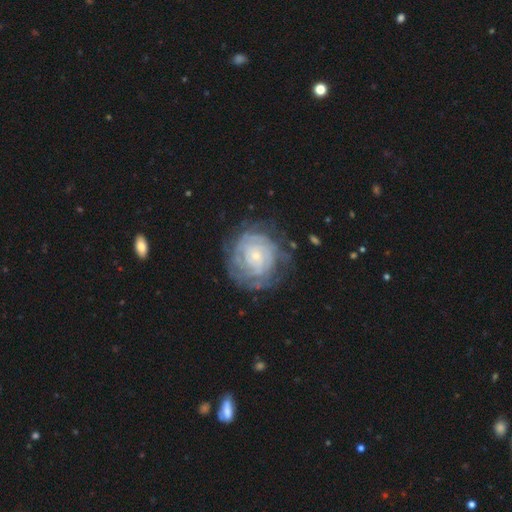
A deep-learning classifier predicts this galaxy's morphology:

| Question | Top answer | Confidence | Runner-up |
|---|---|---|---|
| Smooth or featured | featured or disk | 78% | smooth (15%) |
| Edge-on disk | no | 97% | yes (3%) |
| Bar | no | 74% | weak (21%) |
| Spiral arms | yes | 91% | no (9%) |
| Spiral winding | tight | 81% | medium (15%) |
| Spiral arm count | can't tell | 48% | 2 (15%) |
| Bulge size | small | 78% | moderate (16%) |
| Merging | none | 74% | minor disturbance (16%) |